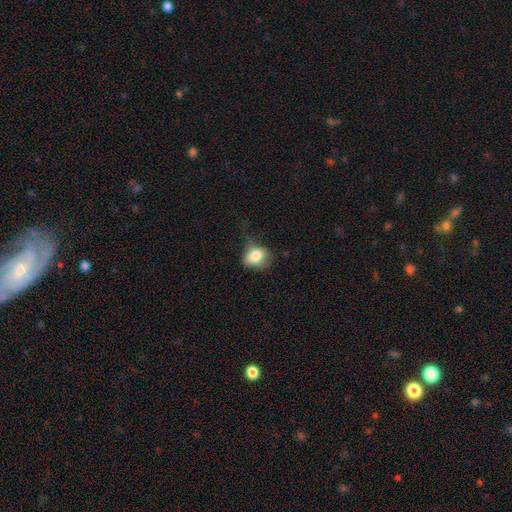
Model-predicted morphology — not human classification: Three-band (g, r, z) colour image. It shows a smooth galaxy with no disk features (78%) that is in between round and cigar-shaped (51%). Merging: none (42%).